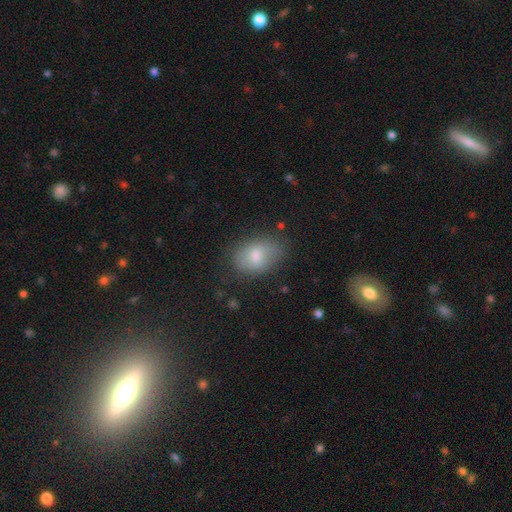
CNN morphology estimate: type=smooth (76%); roundness=in between (81%); merging=none (71%).